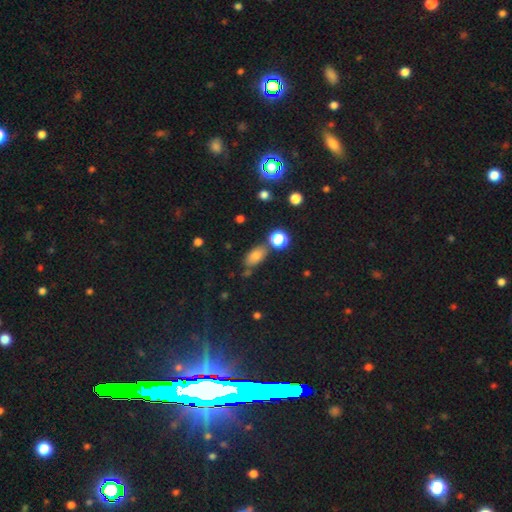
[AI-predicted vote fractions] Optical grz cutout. It shows a smooth galaxy with no disk features (75%) that is in between round and cigar-shaped (85%). Merging: none (70%).